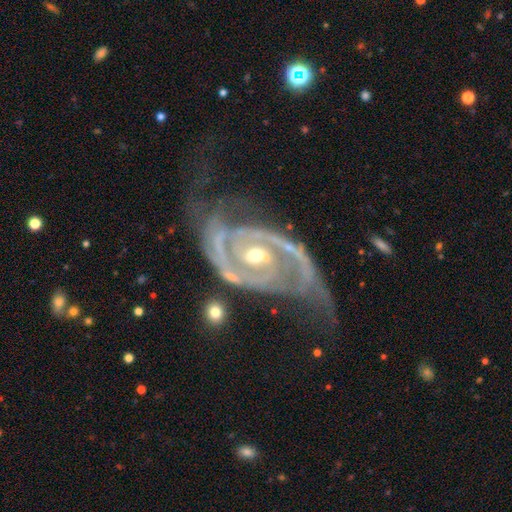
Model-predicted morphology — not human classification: smooth-or-featured: featured or disk: 93% | star or artifact: 4% | smooth: 3%
  disk-edge-on: no: 97% | yes: 3%
    bar: no: 44% | weak: 36% | strong: 19%
    has-spiral-arms: yes: 97% | no: 3%
      spiral-winding: tight: 45% | medium: 42% | loose: 13%
      spiral-arm-count: 2: 76% | 3: 7% | can't tell: 6% | 1: 4% | 4: 3% | more than 4: 3%
    bulge-size: moderate: 56% | small: 40% | large: 2% | none: 1% | dominant: 1%
  merging: none: 42% | major disturbance: 27% | minor disturbance: 25% | merger: 6%